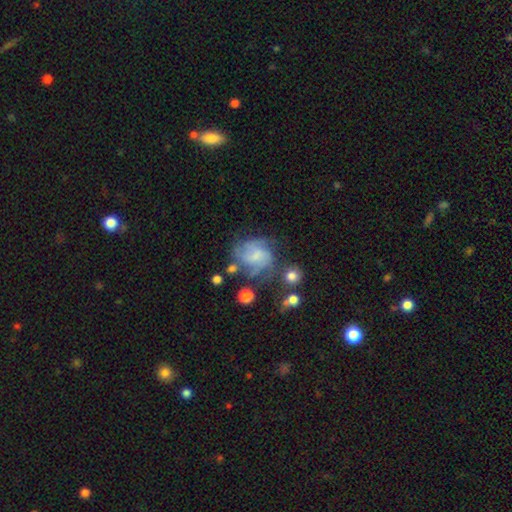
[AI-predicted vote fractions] The model was most divided on "spiral winding": medium: 42%, tight: 40%, loose: 18%. Remaining: edge-on disk — no (98%); spiral arms — yes (85%); smooth or featured — featured or disk (64%); bar — no (58%); merging — none (52%); bulge size — small (43%); spiral arm count — can't tell (36%).